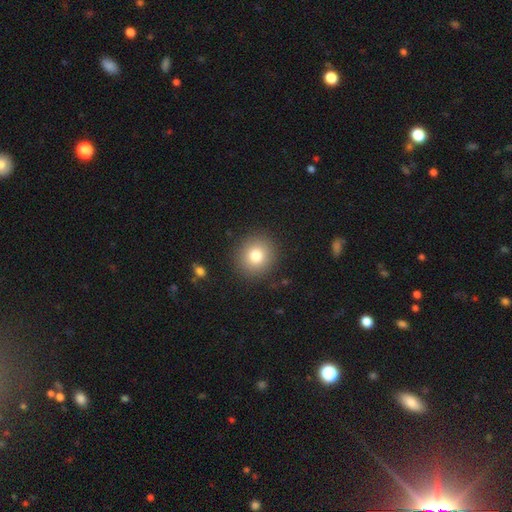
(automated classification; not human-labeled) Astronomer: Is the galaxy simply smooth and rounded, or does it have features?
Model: smooth — 80%.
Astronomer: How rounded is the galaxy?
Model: round — 91%.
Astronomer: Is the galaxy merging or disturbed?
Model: none — 90%.